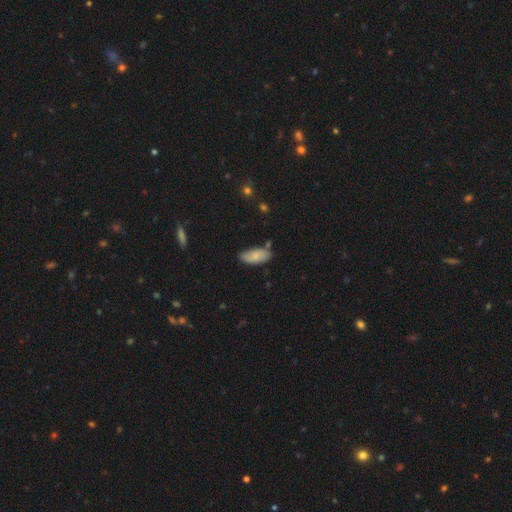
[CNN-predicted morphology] type=smooth (80%); roundness=in between (88%); merging=none (74%).